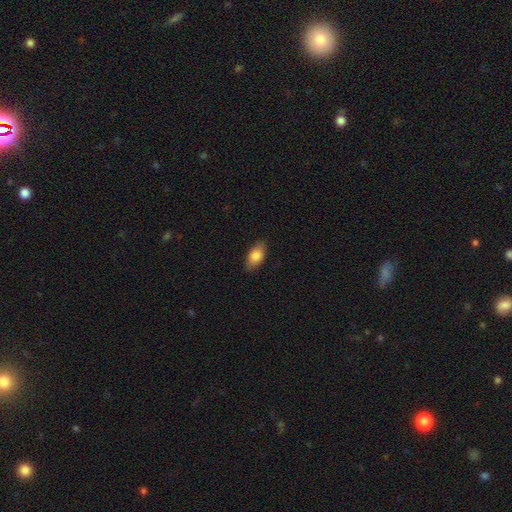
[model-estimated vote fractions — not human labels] Smooth or featured? smooth (82%)
How rounded? in between (91%)
Merging? none (85%)